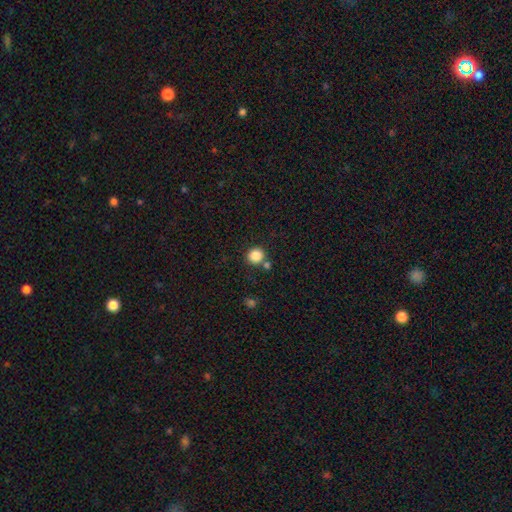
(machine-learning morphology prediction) Q: Smooth or featured?
A: smooth (85%); runner-up: star or artifact (11%)
Q: How rounded?
A: round (91%); runner-up: in between (8%)
Q: Merging?
A: none (76%); runner-up: merger (13%)